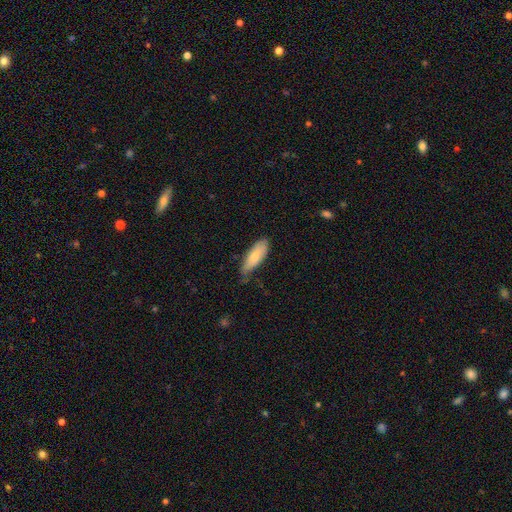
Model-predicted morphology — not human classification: This is likely a smooth galaxy (78%). How rounded: likely in between (66%). Merging: possibly none (58%).